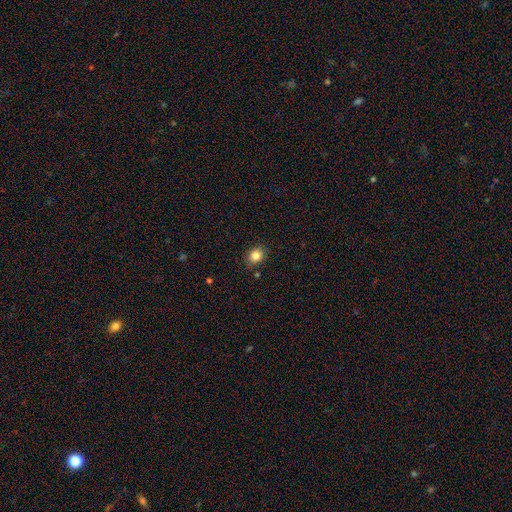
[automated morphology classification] smooth-or-featured: smooth: 84% | star or artifact: 11% | featured or disk: 5%
  how-rounded: round: 59% | in between: 40% | cigar-shaped: 1%
  merging: none: 84% | minor disturbance: 11% | major disturbance: 2% | merger: 2%